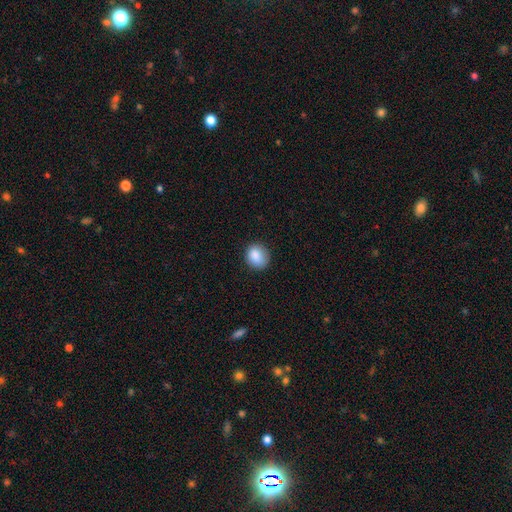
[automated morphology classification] This appears to be a smooth galaxy with no disk features (87%) that is round (67%). Merging: none (80%).